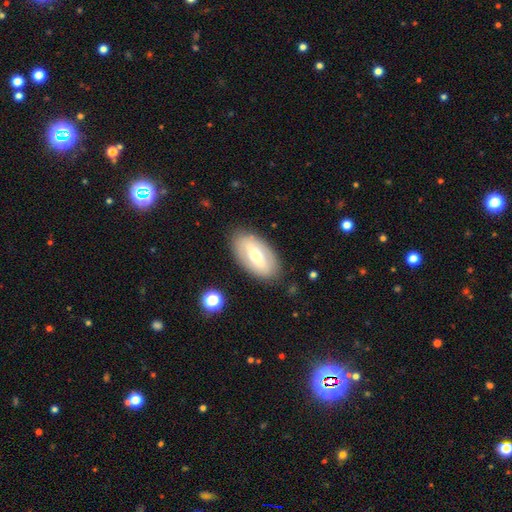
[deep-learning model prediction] This is possibly a featured or disk galaxy (50%). It is clearly not viewed edge-on (84%). Merging: clearly none (84%).